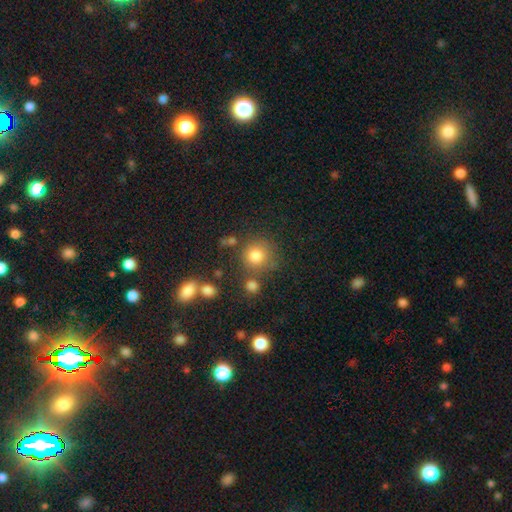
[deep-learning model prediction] This is clearly a smooth galaxy (80%). How rounded: clearly round (90%). Merging: likely none (70%).